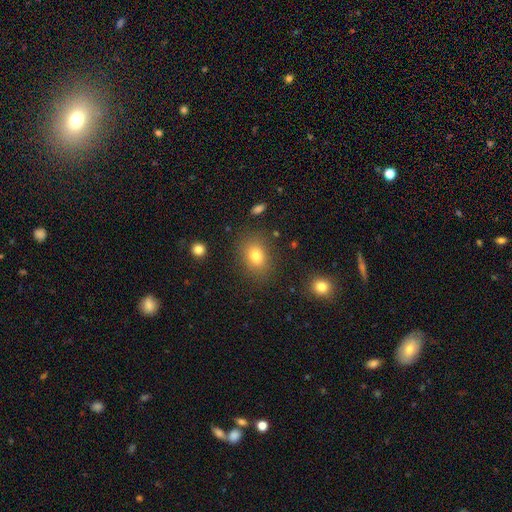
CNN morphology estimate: smooth_or_featured: smooth (p=0.79) [alt: star or artifact p=0.12]
how_rounded: in between (p=0.66) [alt: round p=0.33]
merging: none (p=0.82) [alt: minor disturbance p=0.11]